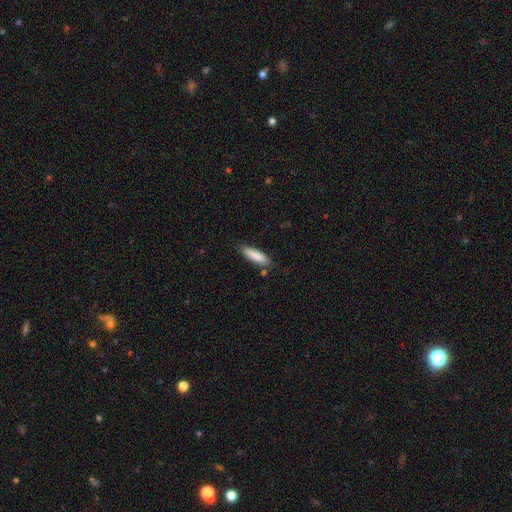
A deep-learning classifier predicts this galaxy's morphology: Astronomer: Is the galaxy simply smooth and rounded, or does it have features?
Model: smooth — 87%.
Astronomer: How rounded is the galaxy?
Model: cigar-shaped — 64%.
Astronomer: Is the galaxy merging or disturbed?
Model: none — 81%.